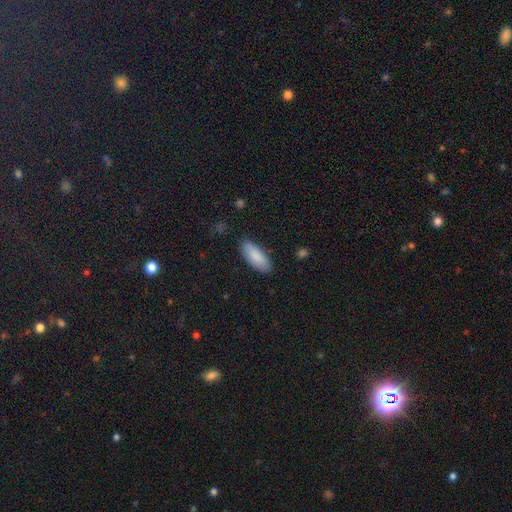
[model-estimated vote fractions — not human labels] This is clearly a smooth galaxy (87%). How rounded: likely in between (78%). Merging: clearly none (86%).